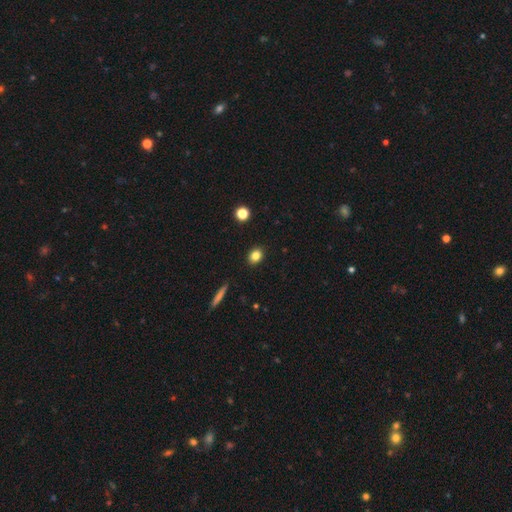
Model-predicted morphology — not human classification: Q: Smooth or featured?
A: smooth (82%); runner-up: star or artifact (11%)
Q: How rounded?
A: in between (51%); runner-up: round (47%)
Q: Merging?
A: none (90%); runner-up: minor disturbance (7%)